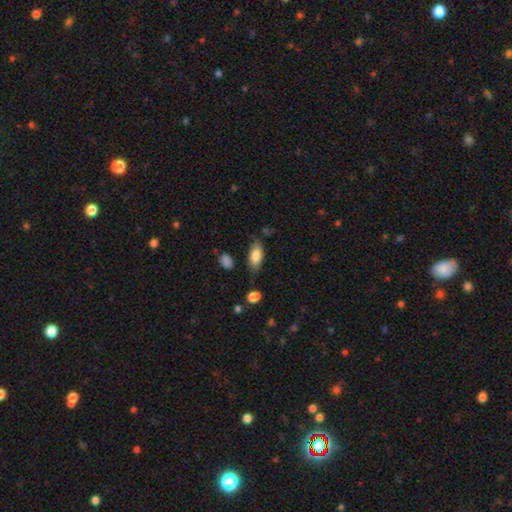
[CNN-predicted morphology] A smooth galaxy with no disk features (83%) that is in between round and cigar-shaped (87%).

Vote fractions:
- Smooth or featured? smooth: 83% / featured or disk: 11% / star or artifact: 7%
- How rounded? in between: 87% / cigar-shaped: 11% / round: 3%
- Merging? none: 75% / minor disturbance: 18% / major disturbance: 4% / merger: 3%